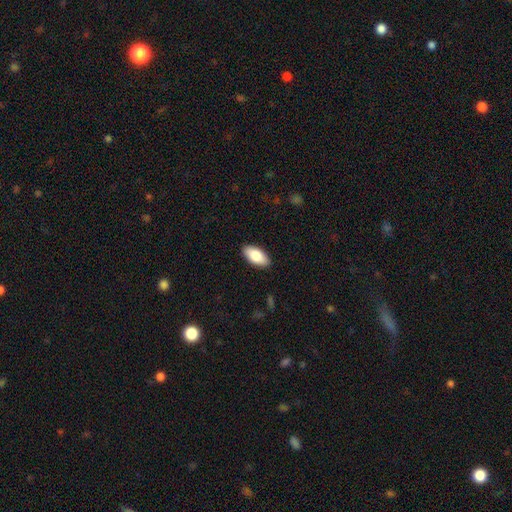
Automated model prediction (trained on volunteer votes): smooth 84%, featured or disk 10%, star or artifact 6%. Down the decision tree: how rounded — in between (92%); merging — none (89%).